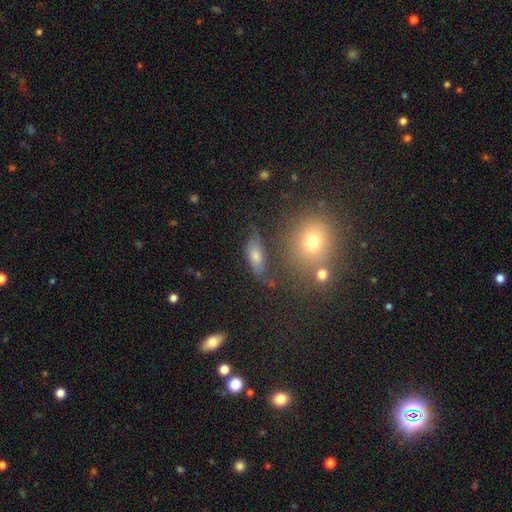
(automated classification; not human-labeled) smooth 56%, featured or disk 28%, star or artifact 16%. Down the decision tree: how rounded — in between (65%); merging — none (58%).